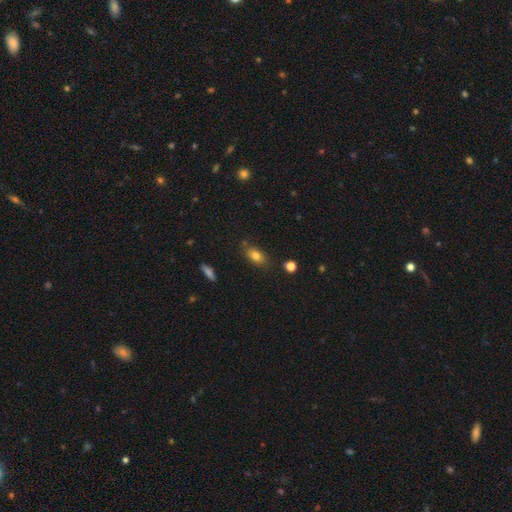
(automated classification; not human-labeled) smooth_or_featured: smooth (p=0.80) [alt: featured or disk p=0.10]
how_rounded: in between (p=0.84) [alt: round p=0.11]
merging: none (p=0.78) [alt: minor disturbance p=0.14]